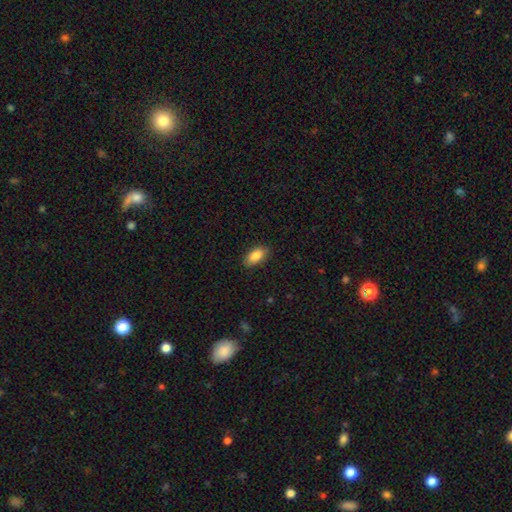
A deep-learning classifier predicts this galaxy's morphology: A smooth galaxy with no disk features (86%) that is in between round and cigar-shaped (90%). Merging: none (87%).